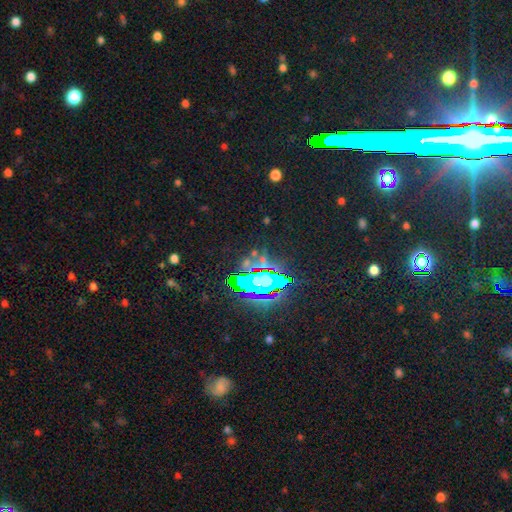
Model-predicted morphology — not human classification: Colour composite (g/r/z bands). It shows a star or artifact, not a galaxy (75%).